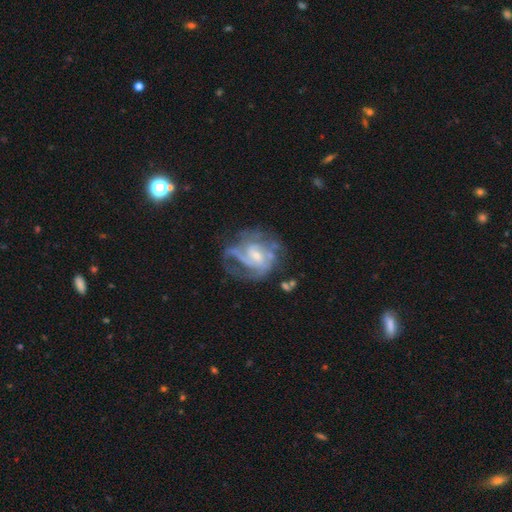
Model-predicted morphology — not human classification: A featured or disk galaxy (82%) with no bar (45%, tied with weak), medium (44%) spiral arms (87%) and a small central bulge (61%). Merging: none (44%).